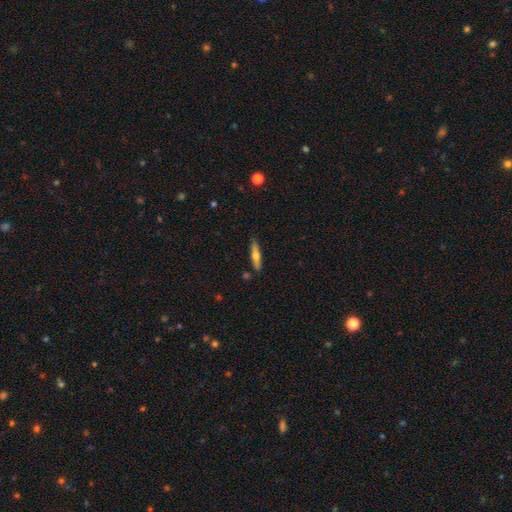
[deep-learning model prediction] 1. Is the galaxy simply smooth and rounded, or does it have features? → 48% smooth, 46% featured or disk, 6% star or artifact.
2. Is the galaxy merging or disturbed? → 85% none, 10% minor disturbance, 2% merger, 2% major disturbance.